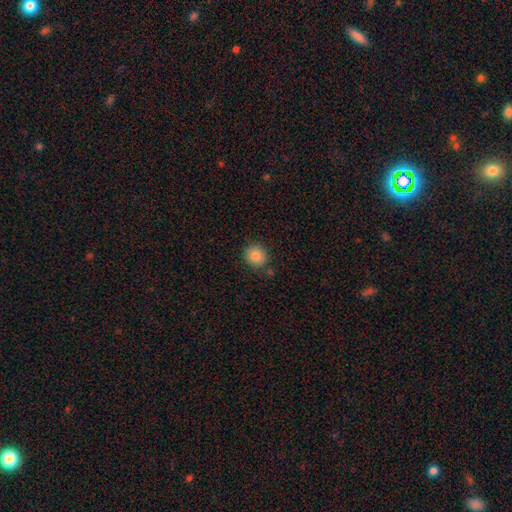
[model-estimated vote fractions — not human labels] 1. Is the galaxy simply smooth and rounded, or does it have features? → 86% smooth, 9% star or artifact, 5% featured or disk.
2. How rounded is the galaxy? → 84% round, 15% in between, 1% cigar-shaped.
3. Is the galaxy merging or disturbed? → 83% none, 10% minor disturbance, 4% merger, 3% major disturbance.